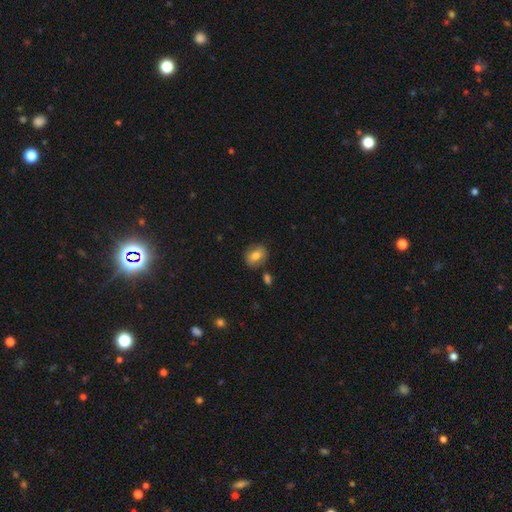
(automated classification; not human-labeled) Smooth or featured? Predicted: smooth (p=0.75). How rounded? Predicted: in between (p=0.50). Merging? Predicted: none (p=0.79).